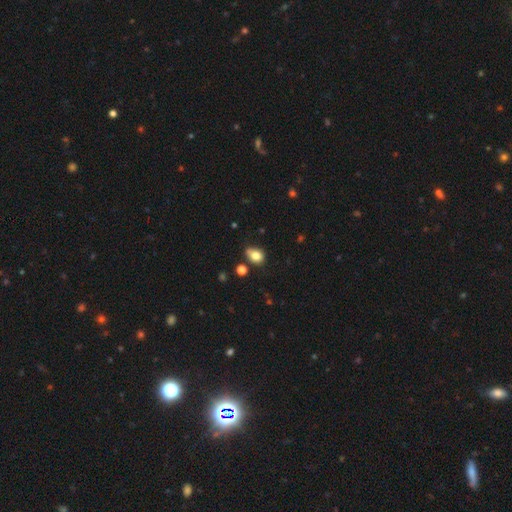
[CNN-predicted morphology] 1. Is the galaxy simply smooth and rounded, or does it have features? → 79% smooth, 11% star or artifact, 9% featured or disk.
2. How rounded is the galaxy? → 52% round, 47% in between, 1% cigar-shaped.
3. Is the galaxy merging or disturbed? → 54% none, 26% minor disturbance, 12% merger, 8% major disturbance.